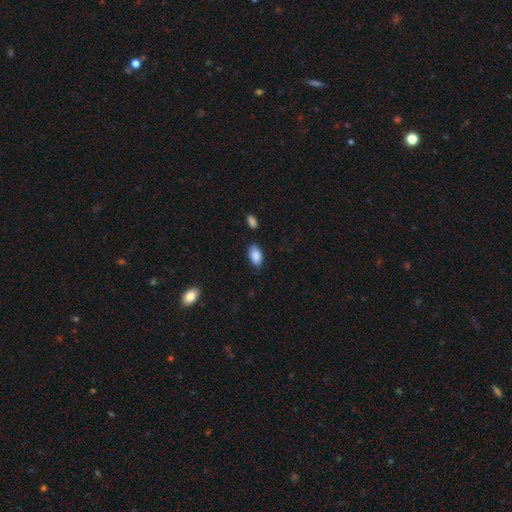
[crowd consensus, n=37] Volunteers were most divided on "merging": none: 74%, minor disturbance: 23%, merger: 3%, major disturbance: 0%. More confident: how rounded — in between (100%); smooth or featured — smooth (89%).